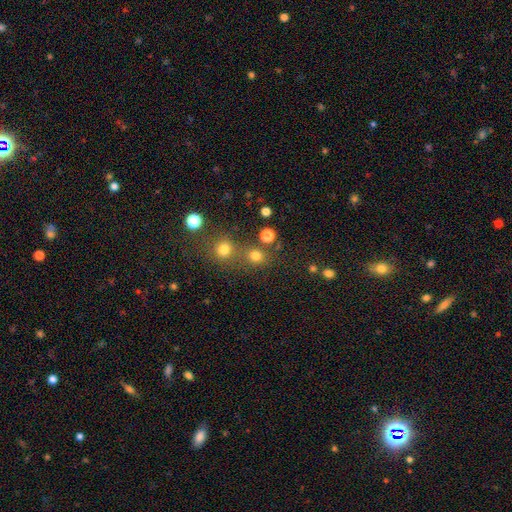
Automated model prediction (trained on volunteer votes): Smooth or featured? smooth (77%)
How rounded? round (86%)
Merging? none (65%)